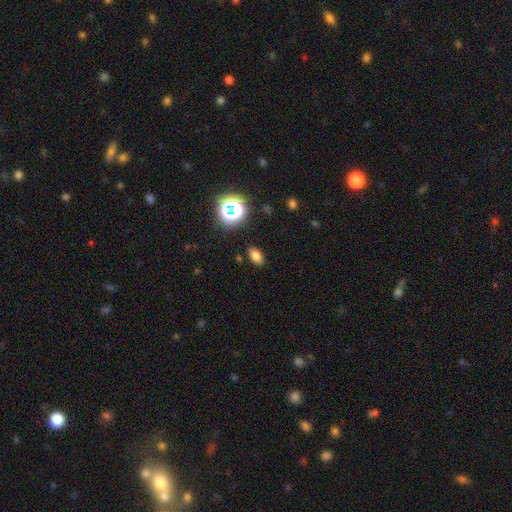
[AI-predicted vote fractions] The model was most divided on "smooth or featured": smooth: 74%, star or artifact: 18%, featured or disk: 8%. More confident: merging — none (87%); how rounded — in between (86%).